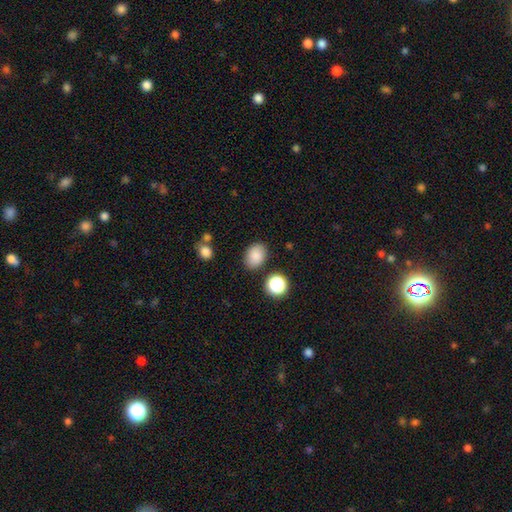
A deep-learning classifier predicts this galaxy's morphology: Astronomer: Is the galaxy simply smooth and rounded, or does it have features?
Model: smooth — 85%.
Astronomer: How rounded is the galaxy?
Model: in between — 75%.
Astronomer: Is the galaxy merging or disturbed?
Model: none — 83%.